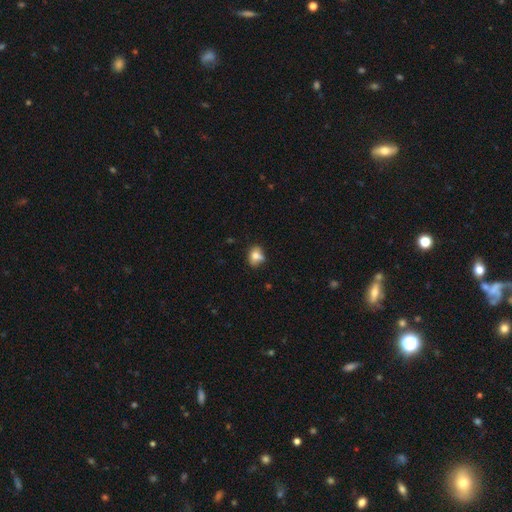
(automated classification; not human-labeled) A smooth galaxy with no disk features (73%) that is in between round and cigar-shaped (50%).

Vote fractions:
- Smooth or featured? smooth: 73% / featured or disk: 16% / star or artifact: 11%
- How rounded? in between: 50% / round: 48% / cigar-shaped: 1%
- Merging? none: 52% / minor disturbance: 29% / merger: 11% / major disturbance: 8%